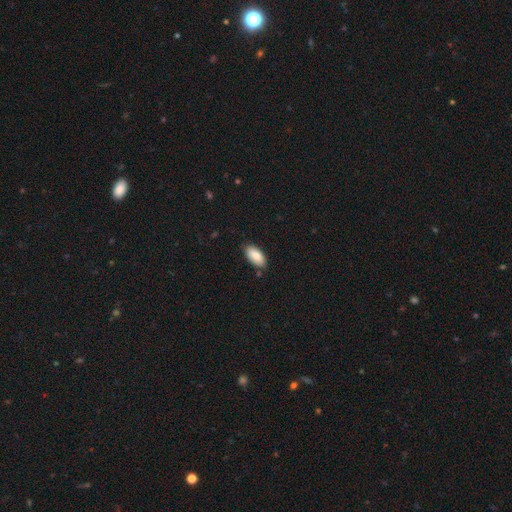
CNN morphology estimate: A smooth galaxy with no disk features (85%) that is in between round and cigar-shaped (93%). Merging: none (83%).